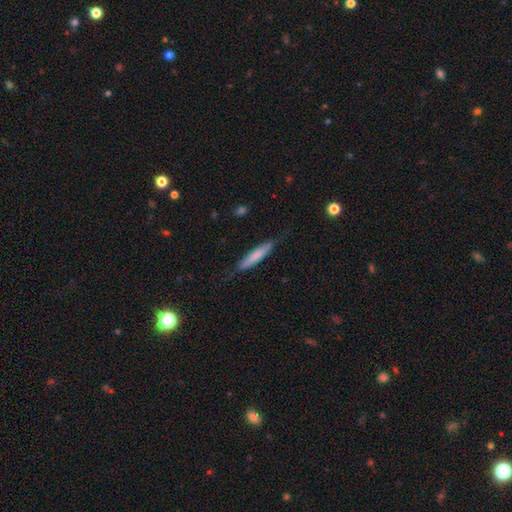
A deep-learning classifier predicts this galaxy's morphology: Smooth or featured: smooth — 69% (featured or disk — 25%)
How rounded: cigar-shaped — 92% (in between — 7%)
Merging: none — 79% (minor disturbance — 17%)